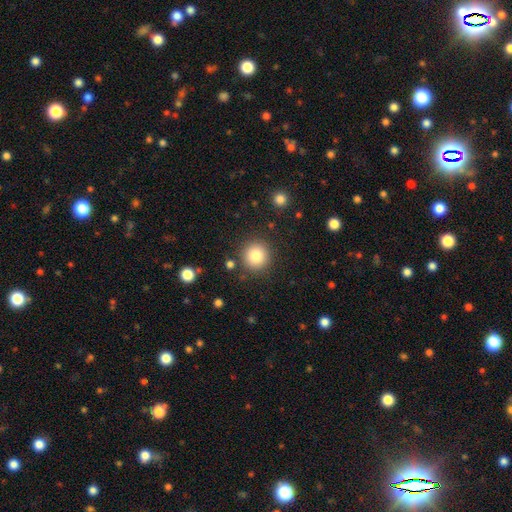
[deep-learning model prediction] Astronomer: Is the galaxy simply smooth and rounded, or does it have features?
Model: smooth — 83%.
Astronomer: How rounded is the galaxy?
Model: round — 94%.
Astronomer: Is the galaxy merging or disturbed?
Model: none — 88%.